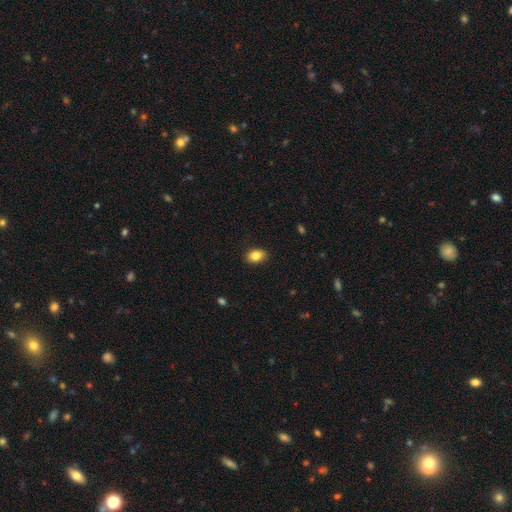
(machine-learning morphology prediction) This appears to be a smooth galaxy with no disk features (84%) that is in between round and cigar-shaped (83%). Merging: none (88%).